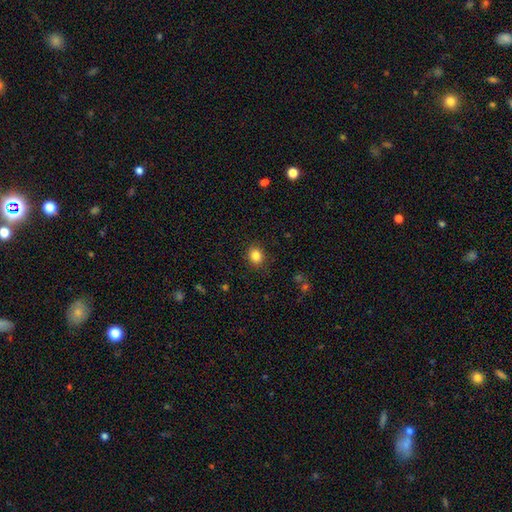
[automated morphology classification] Overall: smooth (84%). How rounded: round (69%; in between 30%). Merging: none (88%).